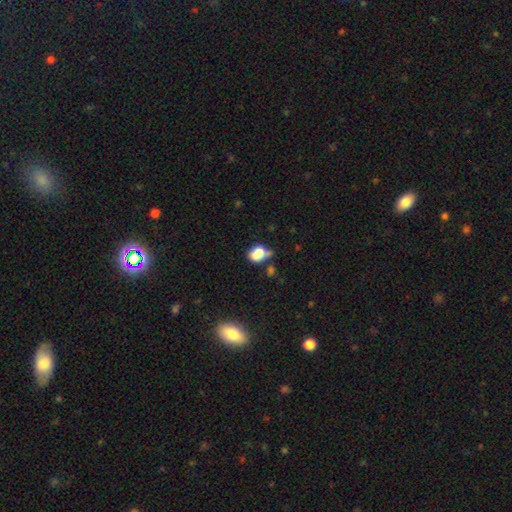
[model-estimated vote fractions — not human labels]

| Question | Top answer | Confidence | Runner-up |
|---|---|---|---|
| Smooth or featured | smooth | 69% | featured or disk (19%) |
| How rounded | in between | 68% | round (30%) |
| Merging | none | 35% | minor disturbance (27%) |